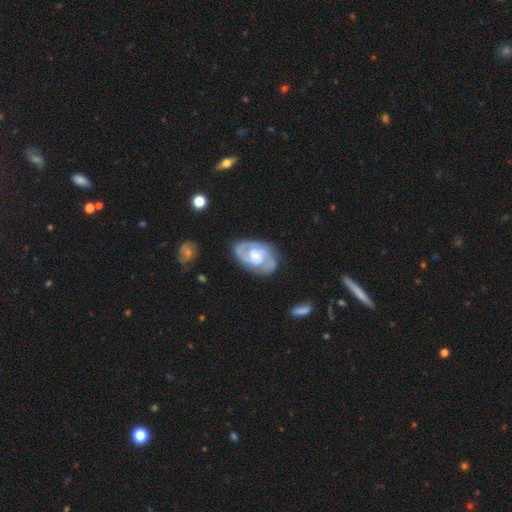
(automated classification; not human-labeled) Smooth or featured: featured or disk — 84% (smooth — 11%)
Edge-on disk: no — 97% (yes — 3%)
Bar: no — 56% (weak — 37%)
Spiral arms: yes — 95% (no — 5%)
Spiral winding: tight — 51% (medium — 40%)
Spiral arm count: 2 — 73% (can't tell — 12%)
Bulge size: small — 52% (moderate — 36%)
Merging: none — 74% (minor disturbance — 18%)